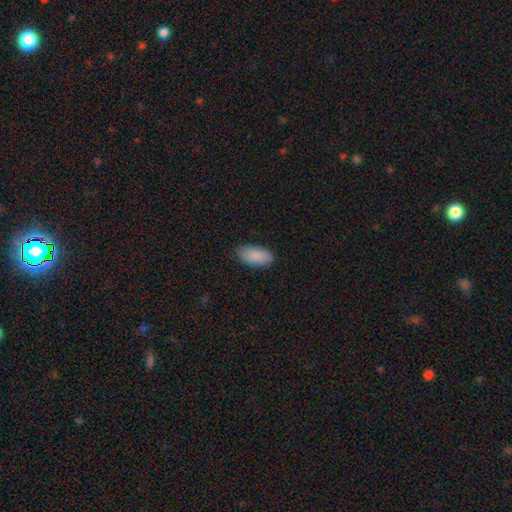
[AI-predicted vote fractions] Overall: smooth (89%). How rounded: in between (93%). Merging: none (84%).